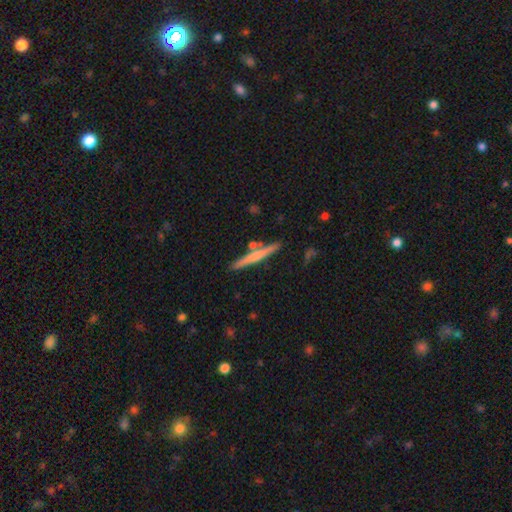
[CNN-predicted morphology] smooth-or-featured: smooth: 51% | featured or disk: 44% | star or artifact: 6%
  how-rounded: cigar-shaped: 95% | in between: 3% | round: 2%
  merging: none: 82% | minor disturbance: 9% | merger: 7% | major disturbance: 2%